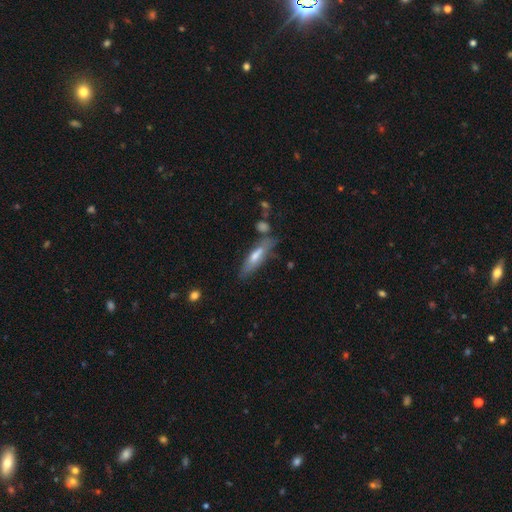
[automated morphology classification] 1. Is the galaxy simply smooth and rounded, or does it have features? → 49% smooth, 44% featured or disk, 7% star or artifact.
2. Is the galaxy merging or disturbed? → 64% none, 19% minor disturbance, 10% merger, 6% major disturbance.